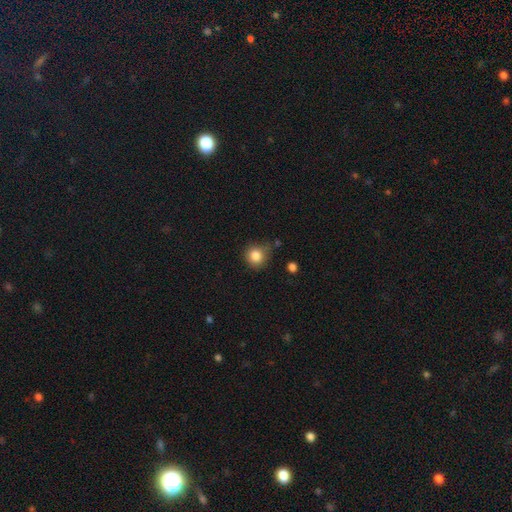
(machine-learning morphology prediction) Overall: smooth (84%). How rounded: round (90%). Merging: none (73%).